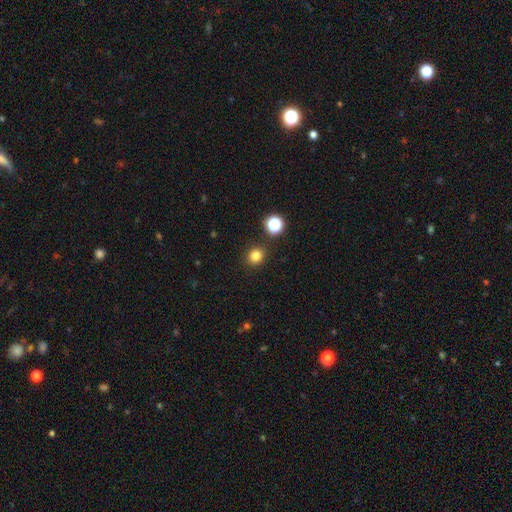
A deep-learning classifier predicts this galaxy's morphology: A smooth galaxy with no disk features (80%) that is round (87%).

Vote fractions:
- Smooth or featured? smooth: 80% / star or artifact: 15% / featured or disk: 5%
- How rounded? round: 87% / in between: 12% / cigar-shaped: 1%
- Merging? none: 89% / minor disturbance: 6% / merger: 3% / major disturbance: 2%